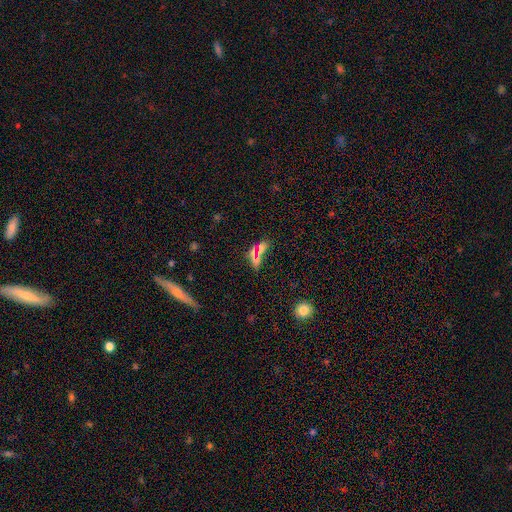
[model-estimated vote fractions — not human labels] smooth_or_featured: smooth (p=0.50) [alt: star or artifact p=0.32]
how_rounded: in between (p=0.54) [alt: cigar-shaped p=0.31]
merging: none (p=0.44) [alt: merger p=0.35]